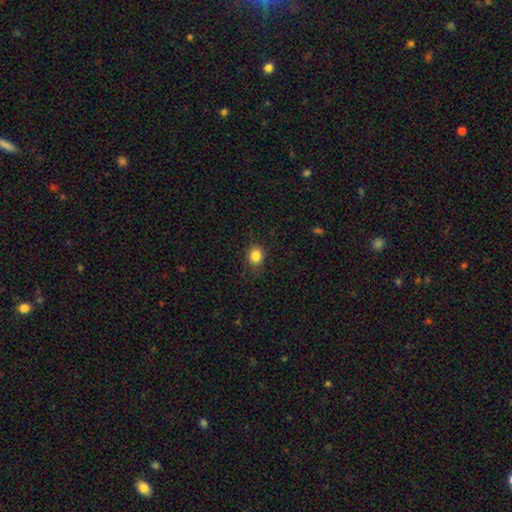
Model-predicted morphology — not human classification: smooth_or_featured: smooth (p=0.84) [alt: star or artifact p=0.11]
how_rounded: round (p=0.73) [alt: in between p=0.26]
merging: none (p=0.83) [alt: minor disturbance p=0.13]